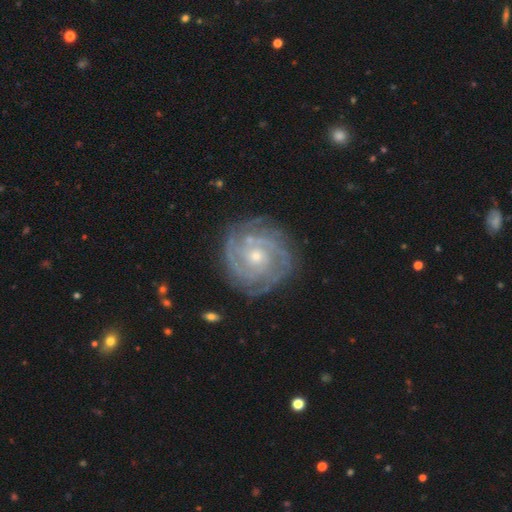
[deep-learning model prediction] Overall: featured or disk (89%). Edge-on disk: no (98%). Bar: no (76%). Spiral arms: yes (97%). Spiral arm count: 3 (28%; 2 22%). Spiral winding: tight (78%). Bulge size: small (62%; moderate 34%). Merging: none (80%).